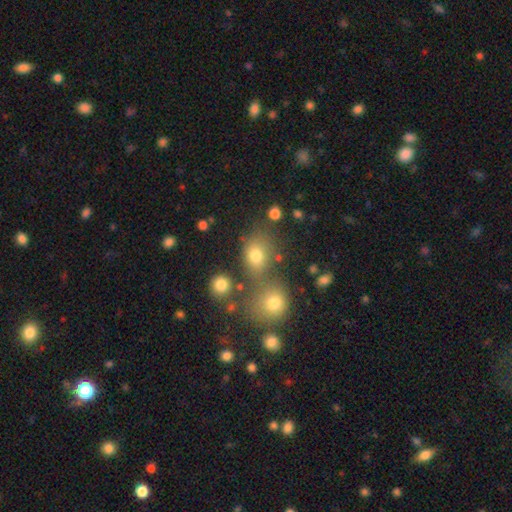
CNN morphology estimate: smooth-or-featured: smooth: 74% | star or artifact: 17% | featured or disk: 9%
  how-rounded: round: 51% | in between: 48% | cigar-shaped: 2%
  merging: none: 54% | merger: 29% | minor disturbance: 11% | major disturbance: 6%